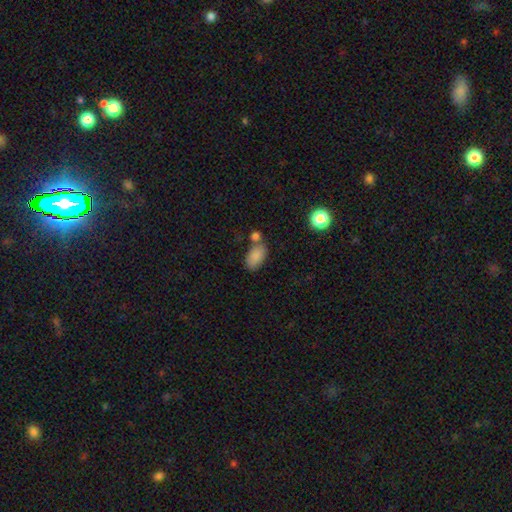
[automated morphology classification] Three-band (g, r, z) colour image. It shows a smooth galaxy with no disk features (85%) that is in between round and cigar-shaped (92%). Merging: none (58%).